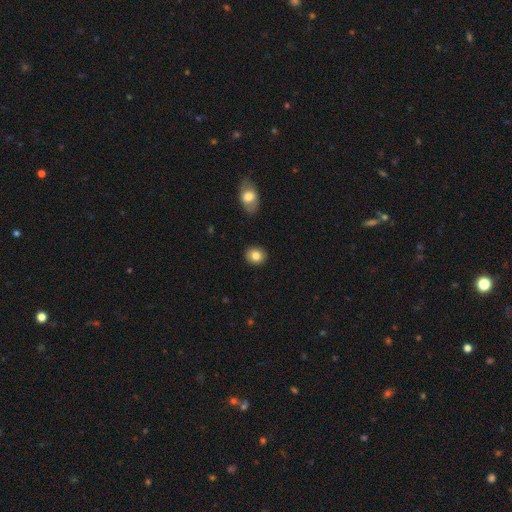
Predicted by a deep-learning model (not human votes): Smooth or featured? Predicted: smooth (p=0.83). How rounded? Predicted: round (p=0.72). Merging? Predicted: none (p=0.89).